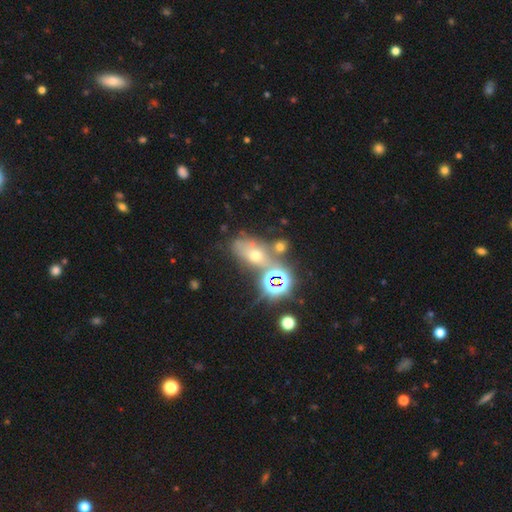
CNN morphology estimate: A star or artifact, not a galaxy (40%).